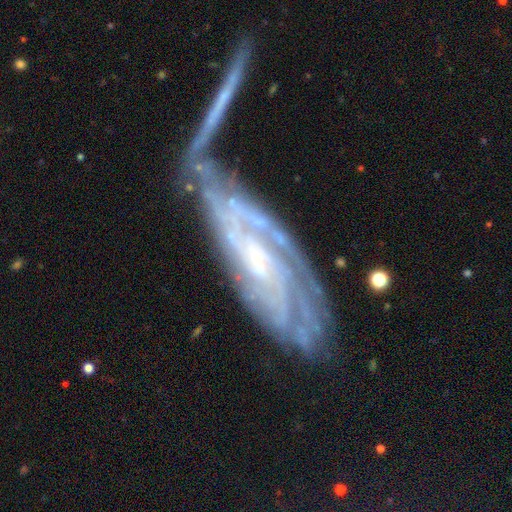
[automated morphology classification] Q: Smooth or featured?
A: featured or disk (84%); runner-up: smooth (9%)
Q: Edge-on disk?
A: no (86%); runner-up: yes (14%)
Q: Bar?
A: no (55%); runner-up: weak (32%)
Q: Spiral arms?
A: yes (95%); runner-up: no (5%)
Q: Spiral winding?
A: tight (70%); runner-up: medium (24%)
Q: Spiral arm count?
A: can't tell (42%); runner-up: 2 (17%)
Q: Bulge size?
A: small (58%); runner-up: moderate (27%)
Q: Merging?
A: none (44%); runner-up: merger (22%)